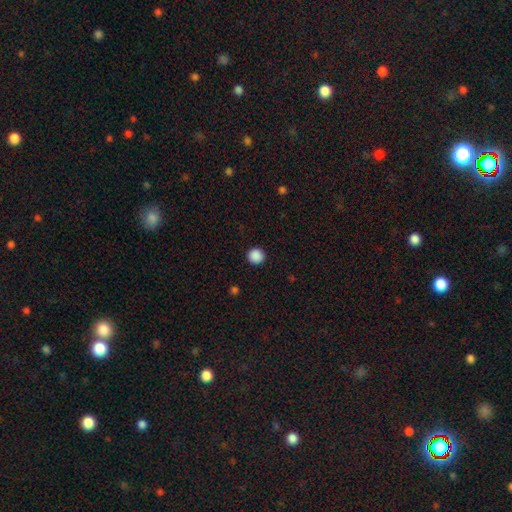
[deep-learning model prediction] The model was most divided on "smooth or featured": smooth: 88%, star or artifact: 9%, featured or disk: 2%. More confident: how rounded — round (94%); merging — none (93%).